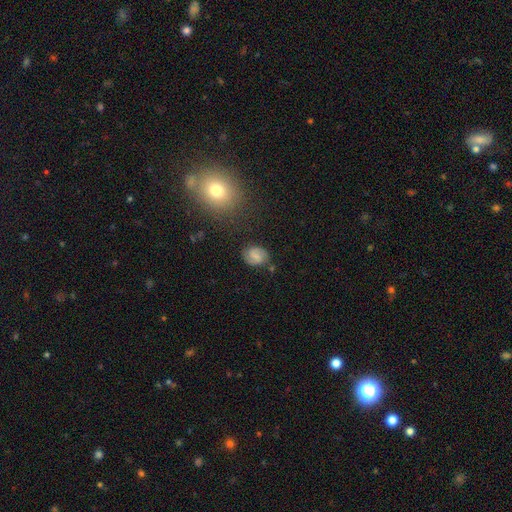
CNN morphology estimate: This appears to be a featured or disk galaxy (56%) with a weak bar (52%), spiral arms (91%) and no central bulge (39%). Merging: none (77%).